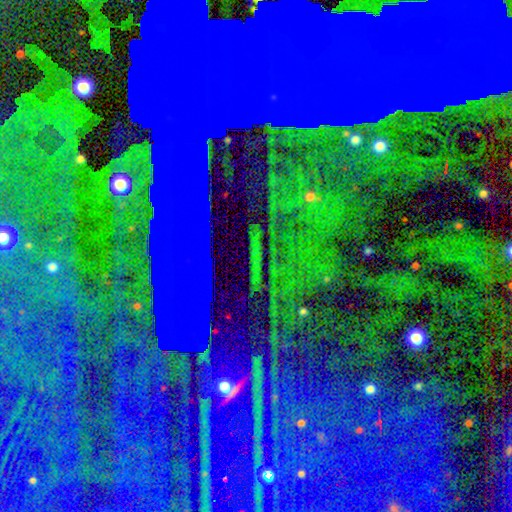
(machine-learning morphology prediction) Overall: star or artifact (87%).